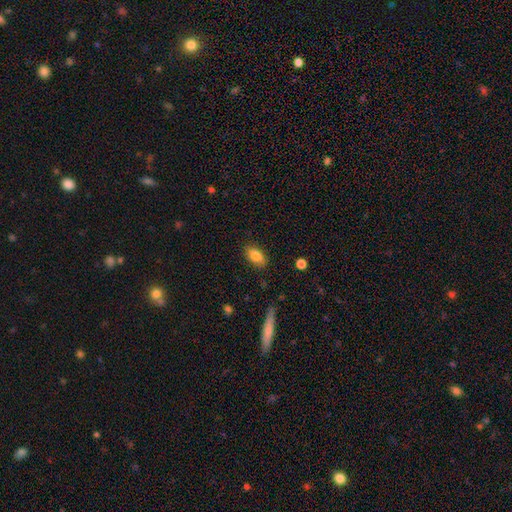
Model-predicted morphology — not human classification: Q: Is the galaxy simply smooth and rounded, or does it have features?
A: smooth — 83%.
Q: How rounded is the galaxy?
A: in between — 89%.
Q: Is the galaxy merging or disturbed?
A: none — 84%.